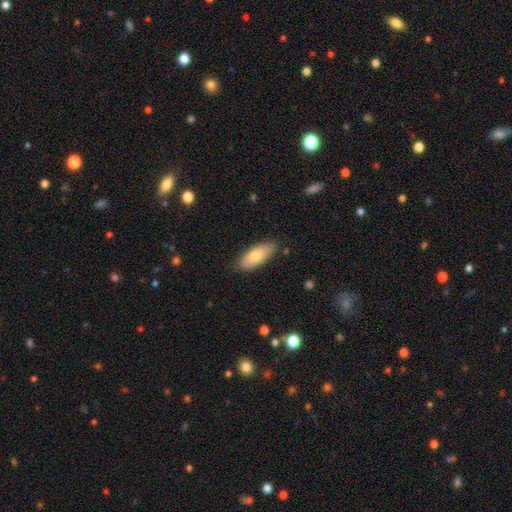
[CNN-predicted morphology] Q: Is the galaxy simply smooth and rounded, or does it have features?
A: smooth — 77%.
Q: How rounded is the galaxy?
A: in between — 78%.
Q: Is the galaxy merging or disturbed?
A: none — 82%.